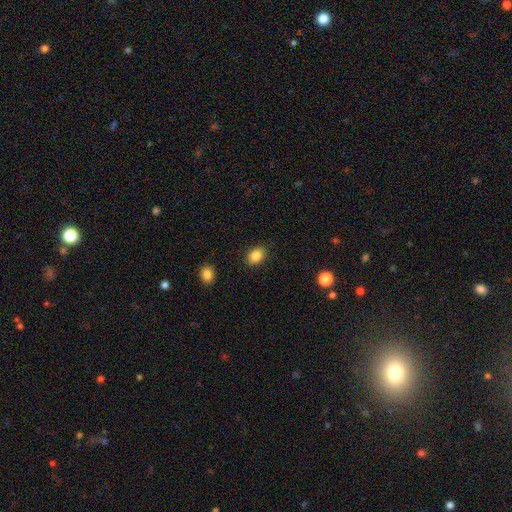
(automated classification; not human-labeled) Overall: smooth (85%). How rounded: in between (70%). Merging: none (85%).